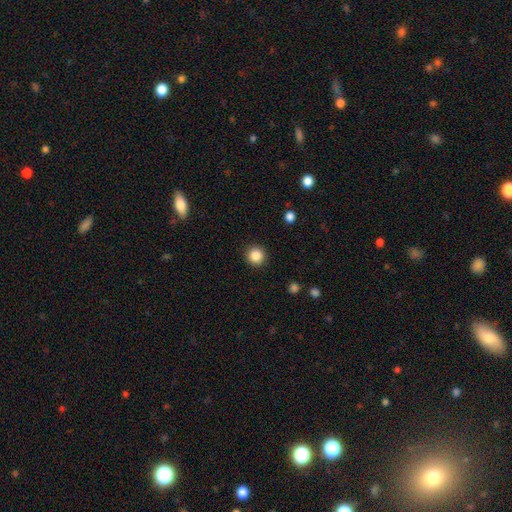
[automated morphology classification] Smooth or featured? smooth (86%)
How rounded? round (94%)
Merging? none (92%)